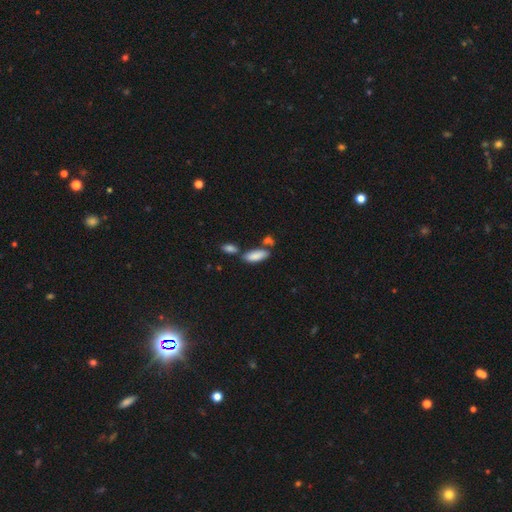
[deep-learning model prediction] The model was most divided on "merging": none: 58%, merger: 24%, minor disturbance: 14%, major disturbance: 4%. More confident: smooth or featured — smooth (85%); how rounded — in between (78%).